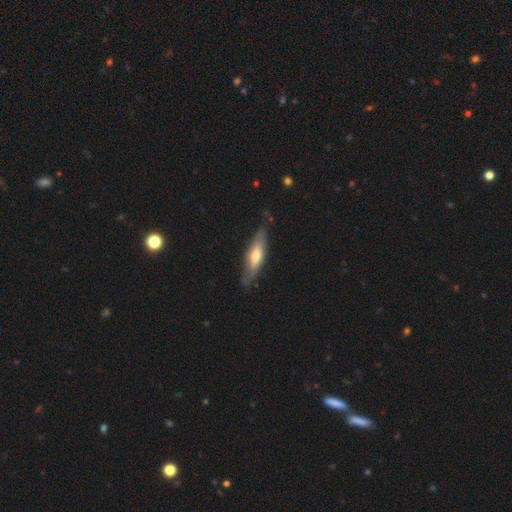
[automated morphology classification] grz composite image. It shows a smooth galaxy with no disk features (52%) that is cigar-shaped (60%). Merging: none (75%).